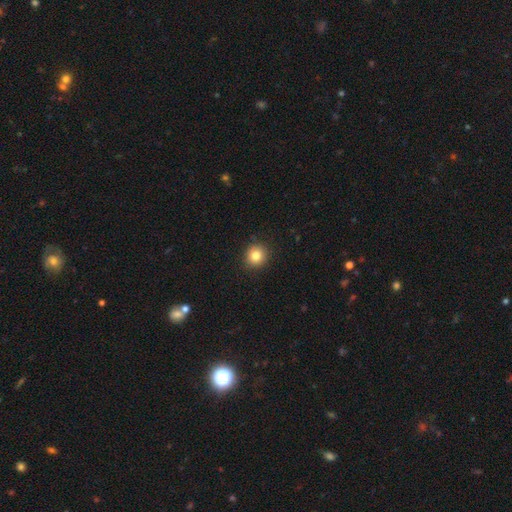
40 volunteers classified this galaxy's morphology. A smooth galaxy with no disk features (88%) that is round (89%).

Vote fractions:
- Smooth or featured? smooth: 88% / star or artifact: 8% / featured or disk: 5%
- How rounded? round: 89% / in between: 11% / cigar-shaped: 0%
- Merging? none: 92% / minor disturbance: 5% / merger: 3% / major disturbance: 0%